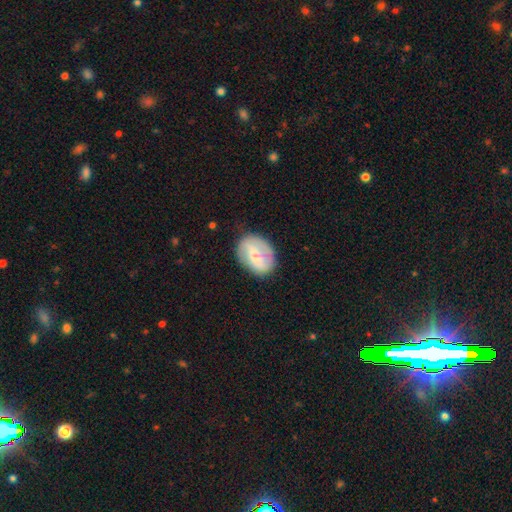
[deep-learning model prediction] This appears to be a featured or disk galaxy (47%, tied with smooth). Merging: none (74%).